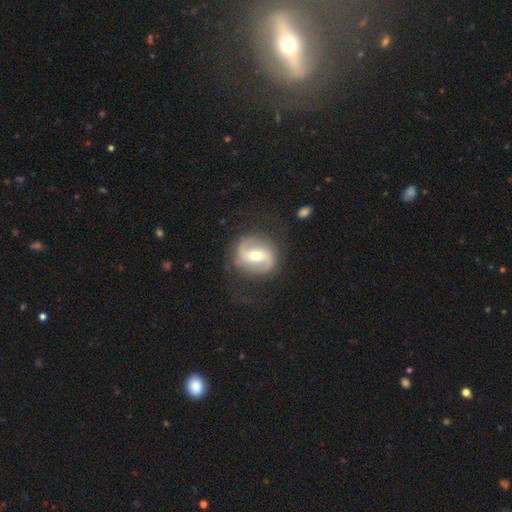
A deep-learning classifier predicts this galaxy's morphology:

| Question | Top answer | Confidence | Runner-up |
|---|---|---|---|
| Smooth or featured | featured or disk | 79% | smooth (15%) |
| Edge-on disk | no | 97% | yes (3%) |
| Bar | weak | 41% | strong (38%) |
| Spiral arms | yes | 91% | no (9%) |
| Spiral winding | medium | 42% | loose (41%) |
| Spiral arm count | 2 | 90% | can't tell (5%) |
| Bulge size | moderate | 65% | small (27%) |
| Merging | none | 75% | minor disturbance (14%) |